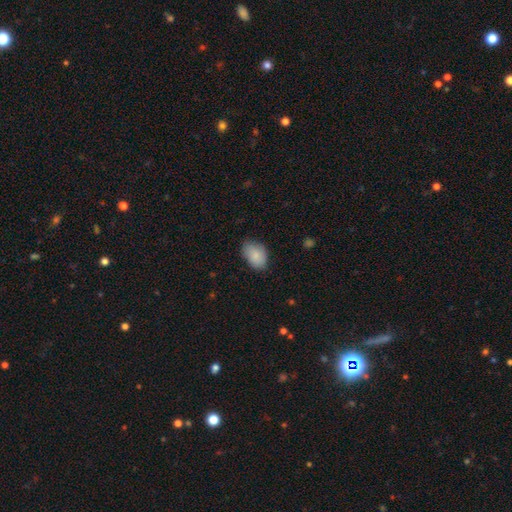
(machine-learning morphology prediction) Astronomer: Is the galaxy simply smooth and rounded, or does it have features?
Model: smooth — 86%.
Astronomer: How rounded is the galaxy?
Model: in between — 82%.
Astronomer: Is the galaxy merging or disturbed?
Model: none — 74%.